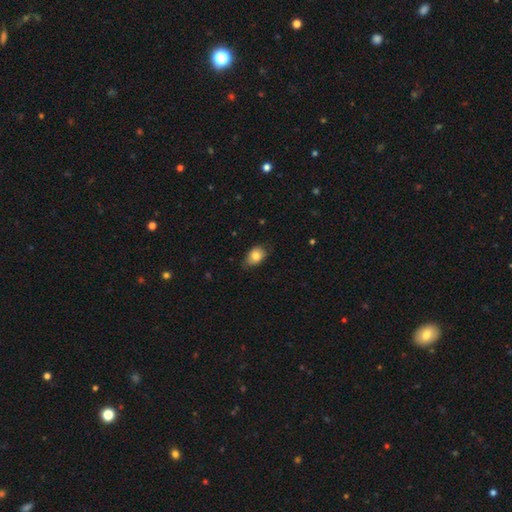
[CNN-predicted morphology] Smooth or featured: smooth — 81% (featured or disk — 11%)
How rounded: in between — 75% (round — 24%)
Merging: none — 70% (minor disturbance — 25%)